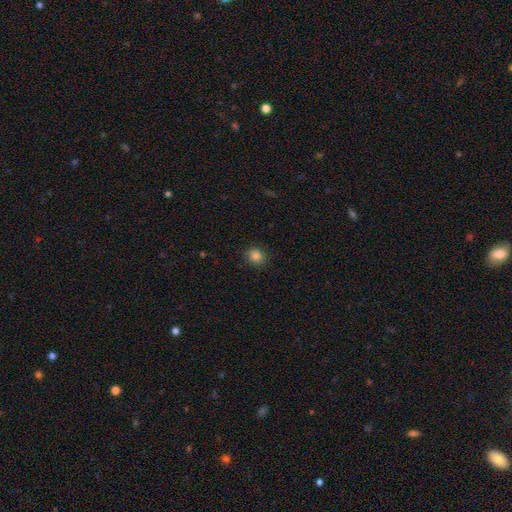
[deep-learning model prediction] Smooth or featured? smooth (85%)
How rounded? round (79%)
Merging? none (86%)